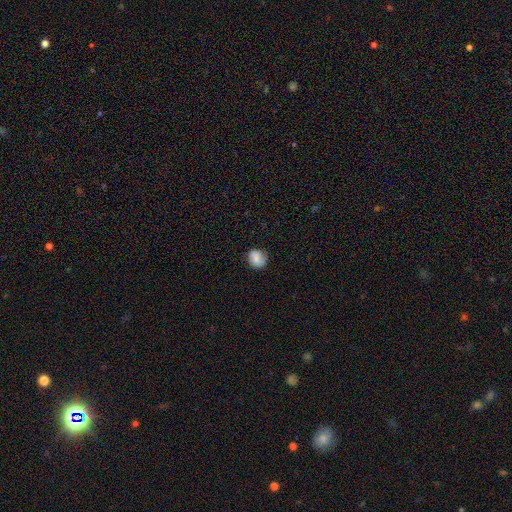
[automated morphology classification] Smooth or featured: smooth — 70% (featured or disk — 21%)
How rounded: round — 75% (in between — 24%)
Merging: none — 74% (minor disturbance — 19%)